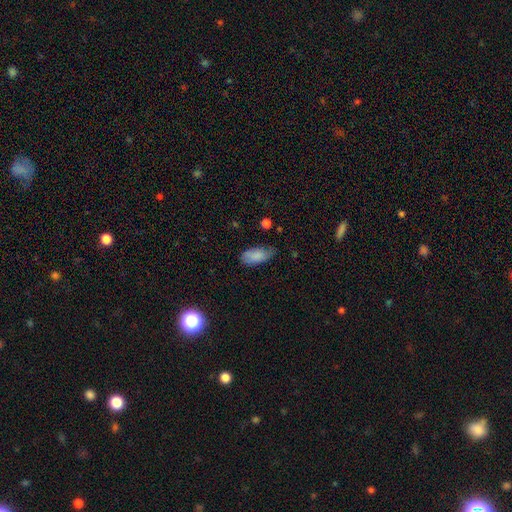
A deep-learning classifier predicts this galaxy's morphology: Overall: smooth (83%). How rounded: in between (91%). Merging: none (58%; minor disturbance 33%).